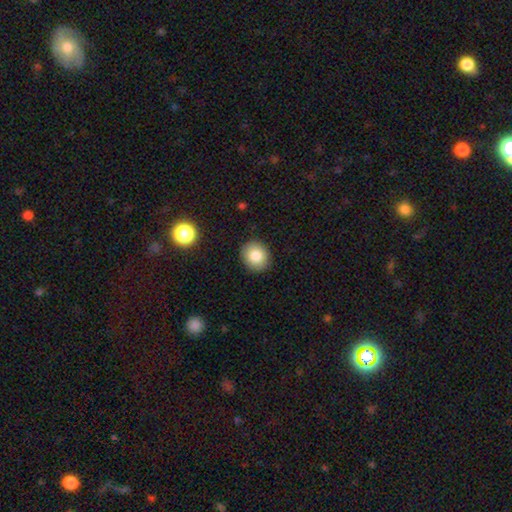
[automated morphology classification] This appears to be a smooth galaxy with no disk features (83%) that is round (75%). Merging: none (90%).